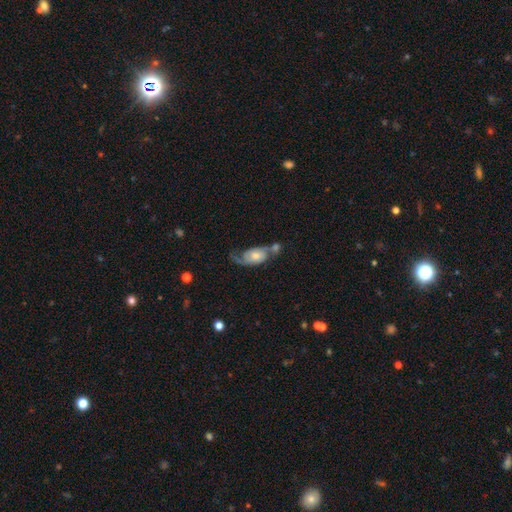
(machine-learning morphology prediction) type=featured or disk (62%); edge-on=no (94%); bar=no (70%); spiral arms=yes (86%); winding=loose (51%); arm count=2 (72%); bulge=moderate (46%); merging=merger (33%).